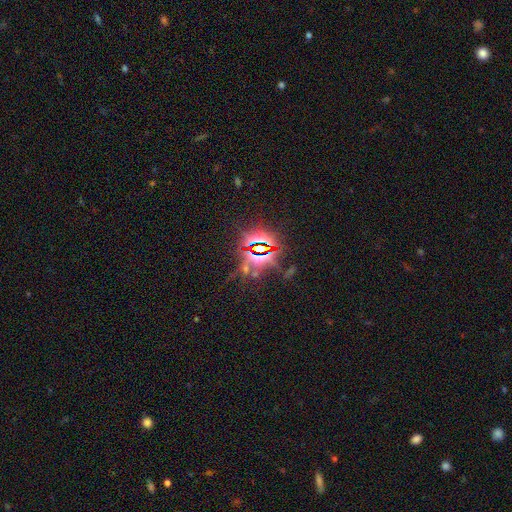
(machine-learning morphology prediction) The model was most divided on "smooth or featured": star or artifact: 85%, featured or disk: 8%, smooth: 7%.